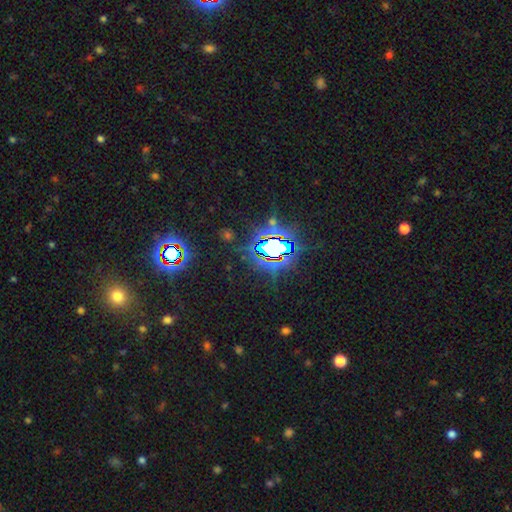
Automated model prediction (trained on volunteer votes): star or artifact 82%, smooth 10%, featured or disk 8%.